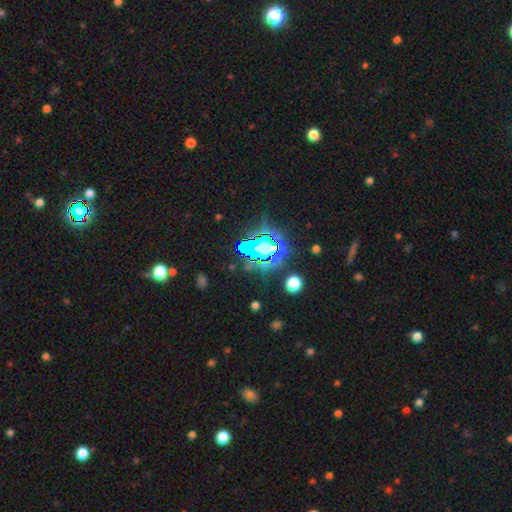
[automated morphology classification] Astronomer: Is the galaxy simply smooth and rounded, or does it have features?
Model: star or artifact — 77%.